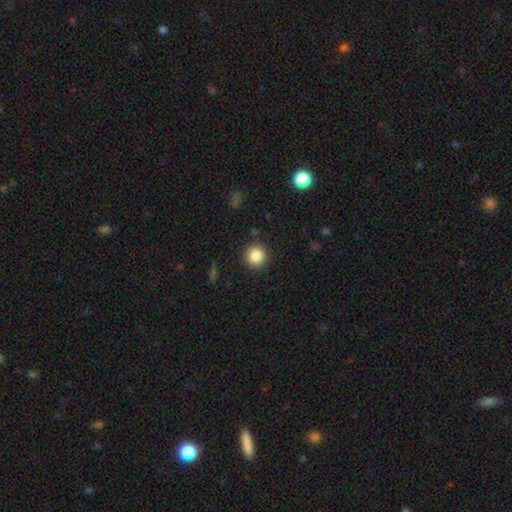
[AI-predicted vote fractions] Q: Smooth or featured?
A: smooth (86%); runner-up: star or artifact (10%)
Q: How rounded?
A: round (95%); runner-up: in between (4%)
Q: Merging?
A: none (90%); runner-up: minor disturbance (6%)